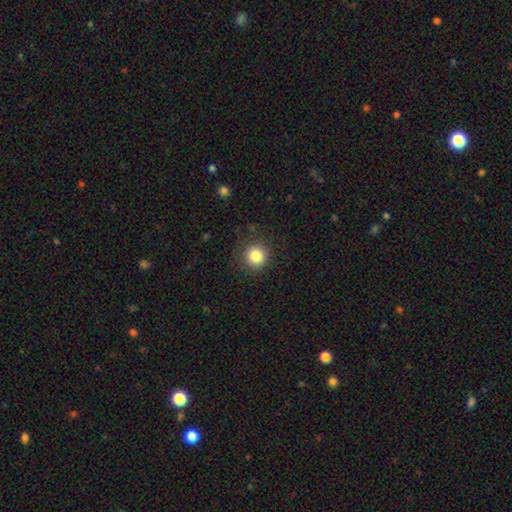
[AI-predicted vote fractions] Smooth or featured: smooth — 83% (star or artifact — 12%)
How rounded: round — 95% (in between — 4%)
Merging: none — 89% (minor disturbance — 7%)